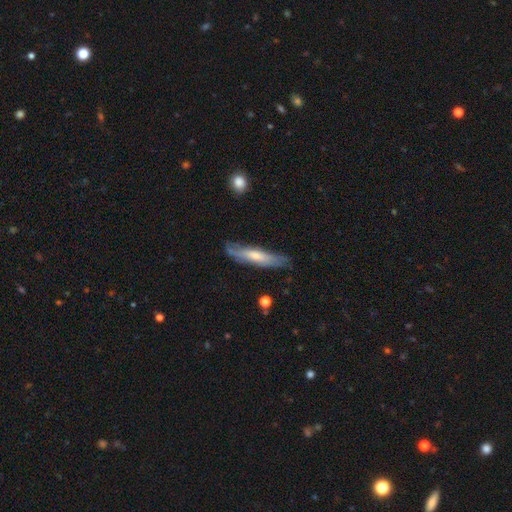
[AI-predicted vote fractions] Smooth or featured: smooth — 49% (featured or disk — 45%)
Merging: none — 69% (minor disturbance — 23%)